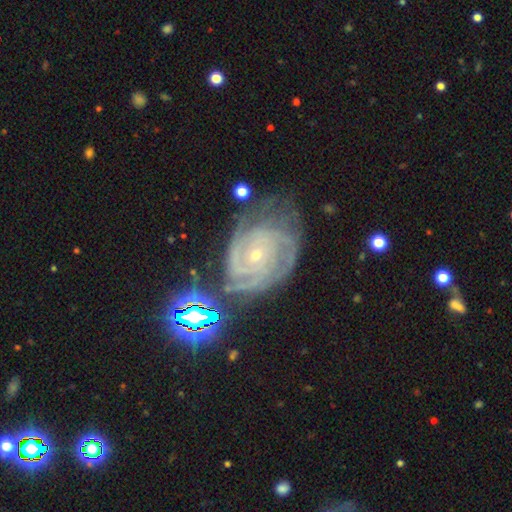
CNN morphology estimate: Smooth or featured? Predicted: featured or disk (p=0.86). Edge-on disk? Predicted: no (p=0.97). Bar? Predicted: no (p=0.73). Spiral arms? Predicted: yes (p=0.97). Spiral winding? Predicted: tight (p=0.74). Spiral arm count? Predicted: 3 (p=0.26). Bulge size? Predicted: small (p=0.79). Merging? Predicted: none (p=0.55).